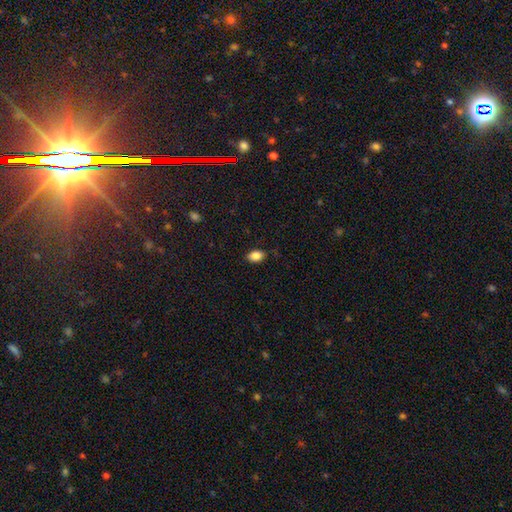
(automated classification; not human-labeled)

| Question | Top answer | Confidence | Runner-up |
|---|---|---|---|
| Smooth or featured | smooth | 86% | star or artifact (9%) |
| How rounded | in between | 88% | round (11%) |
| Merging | none | 84% | minor disturbance (12%) |